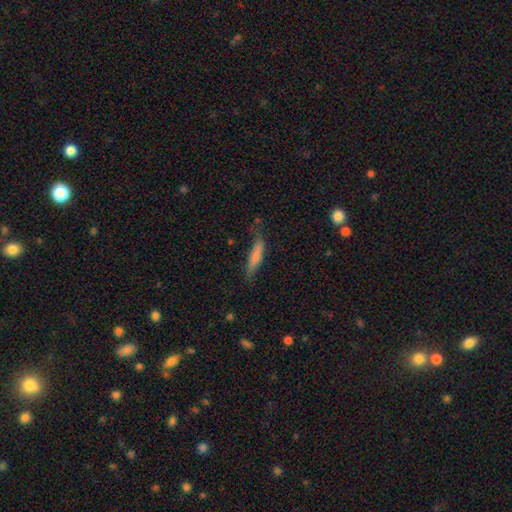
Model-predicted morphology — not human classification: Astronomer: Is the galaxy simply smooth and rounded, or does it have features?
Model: smooth — 74%.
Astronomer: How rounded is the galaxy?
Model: cigar-shaped — 82%.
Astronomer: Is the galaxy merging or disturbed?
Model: none — 62%.